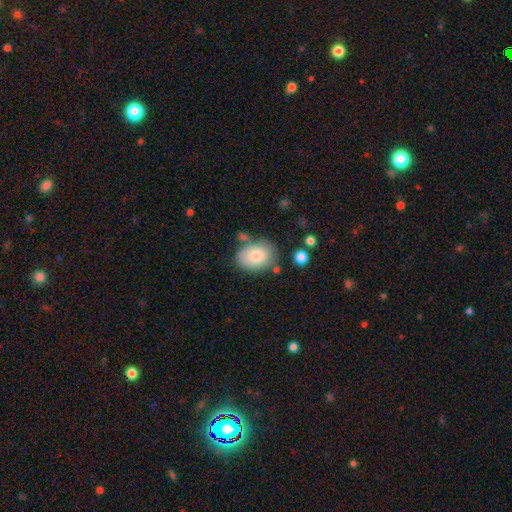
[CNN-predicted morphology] Smooth or featured? Predicted: smooth (p=0.78). How rounded? Predicted: in between (p=0.71). Merging? Predicted: none (p=0.67).